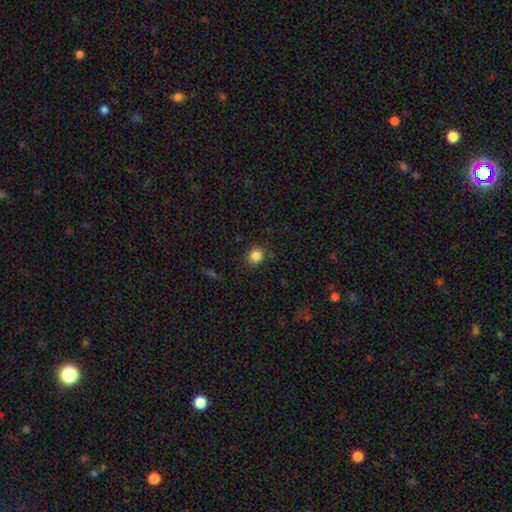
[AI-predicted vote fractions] This appears to be a smooth galaxy with no disk features (84%) that is round (81%). Merging: none (84%).